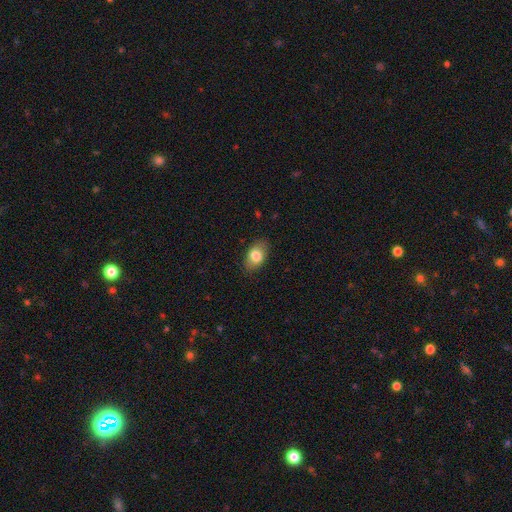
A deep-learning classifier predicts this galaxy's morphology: type=smooth (79%); roundness=in between (88%); merging=none (83%).